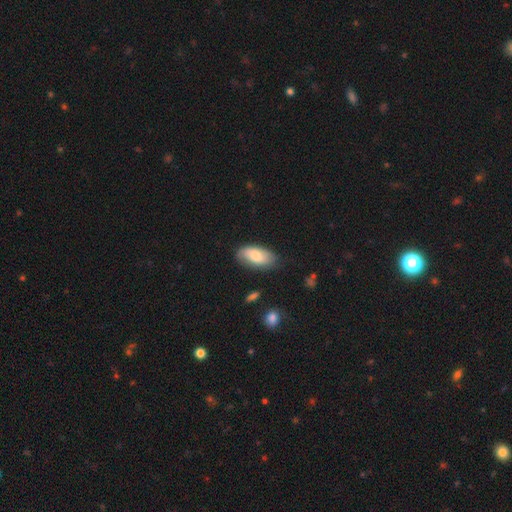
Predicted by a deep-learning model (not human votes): The model was most divided on "smooth or featured": smooth: 73%, featured or disk: 21%, star or artifact: 6%. More confident: how rounded — in between (92%); merging — none (74%).